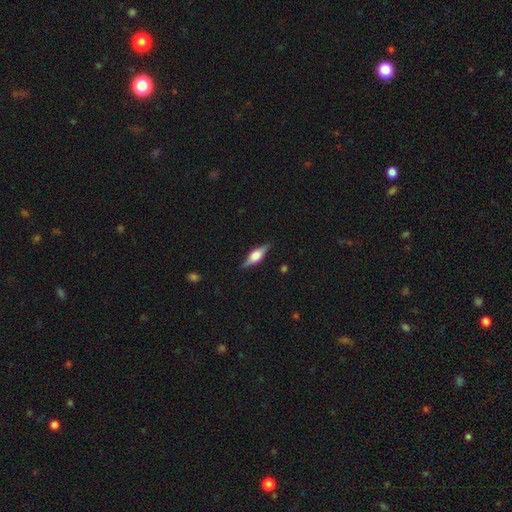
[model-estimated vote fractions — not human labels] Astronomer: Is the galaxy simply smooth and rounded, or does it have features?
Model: featured or disk — 59% (runner-up: smooth, 35%).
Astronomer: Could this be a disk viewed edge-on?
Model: yes — 94%.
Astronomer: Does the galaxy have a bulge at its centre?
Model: rounded — 86%.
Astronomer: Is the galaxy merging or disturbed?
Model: none — 85%.